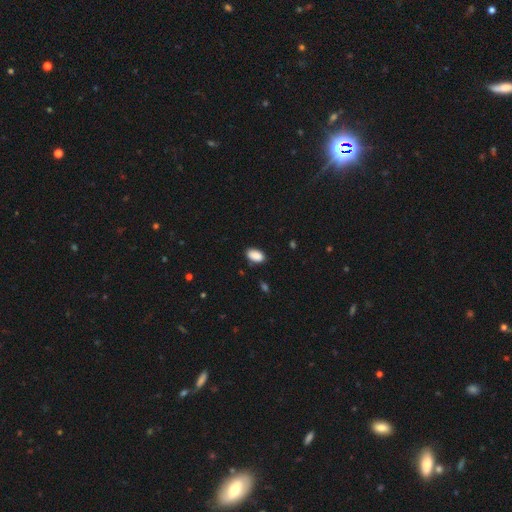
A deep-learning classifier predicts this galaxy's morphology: A smooth galaxy with no disk features (90%) that is in between round and cigar-shaped (93%).

Vote fractions:
- Smooth or featured? smooth: 90% / star or artifact: 7% / featured or disk: 3%
- How rounded? in between: 93% / round: 5% / cigar-shaped: 2%
- Merging? none: 84% / minor disturbance: 13% / major disturbance: 2% / merger: 1%